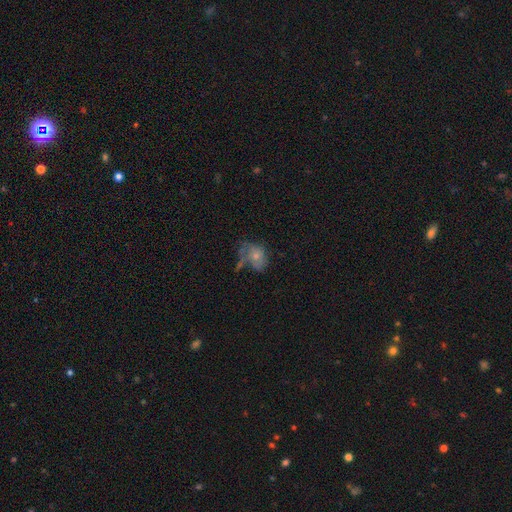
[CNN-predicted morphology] The model was most divided on "merging": none: 36%, minor disturbance: 27%, major disturbance: 24%, merger: 14%. More confident: how rounded — in between (66%); smooth or featured — smooth (60%).